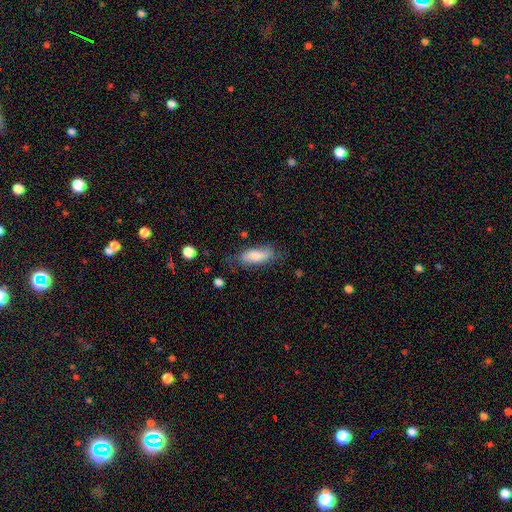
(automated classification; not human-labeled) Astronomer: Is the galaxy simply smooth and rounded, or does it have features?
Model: smooth — 79%.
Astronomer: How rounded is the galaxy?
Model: in between — 70%.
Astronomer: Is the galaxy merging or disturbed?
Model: none — 62%.